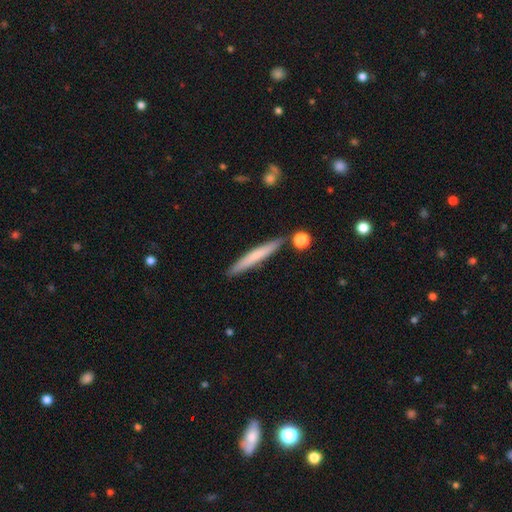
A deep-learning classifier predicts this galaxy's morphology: smooth-or-featured: smooth: 64% | featured or disk: 31% | star or artifact: 6%
  how-rounded: cigar-shaped: 96% | in between: 3% | round: 1%
  merging: none: 86% | minor disturbance: 9% | merger: 3% | major disturbance: 2%